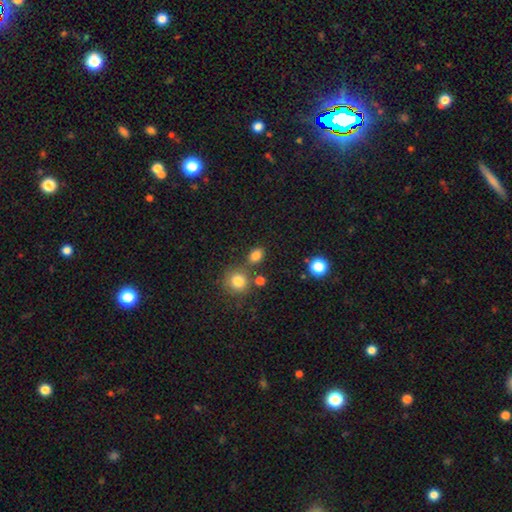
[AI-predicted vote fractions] The model was most divided on "how rounded": in between: 62%, round: 36%, cigar-shaped: 2%. More confident: smooth or featured — smooth (82%); merging — none (73%).